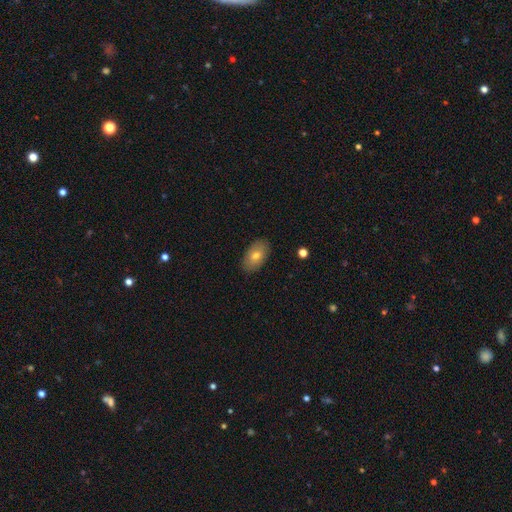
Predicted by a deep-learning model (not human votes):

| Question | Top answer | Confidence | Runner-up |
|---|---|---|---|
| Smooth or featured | smooth | 72% | featured or disk (21%) |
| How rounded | in between | 93% | round (6%) |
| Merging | none | 87% | minor disturbance (10%) |